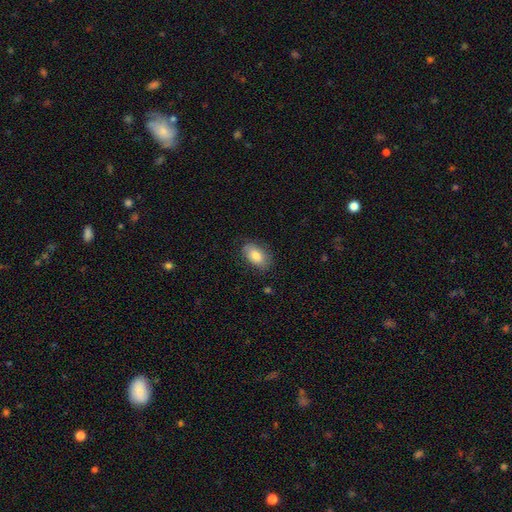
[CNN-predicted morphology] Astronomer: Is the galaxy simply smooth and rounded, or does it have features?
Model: smooth — 80%.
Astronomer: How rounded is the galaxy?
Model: in between — 92%.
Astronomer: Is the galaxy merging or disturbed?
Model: none — 77%.